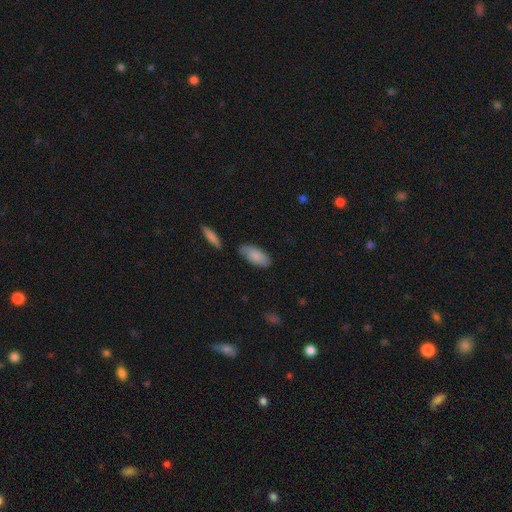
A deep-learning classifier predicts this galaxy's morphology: A smooth galaxy with no disk features (81%) that is in between round and cigar-shaped (88%). Merging: none (67%).